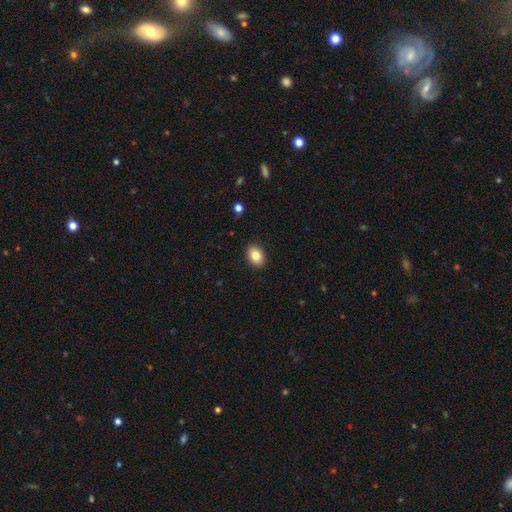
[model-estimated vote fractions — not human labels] Smooth or featured?
  - smooth: 84% *
  - star or artifact: 8%
  - featured or disk: 8%
How rounded?
  - in between: 73% *
  - round: 26%
  - cigar-shaped: 1%
Merging?
  - none: 90% *
  - minor disturbance: 8%
  - major disturbance: 2%
  - merger: 1%